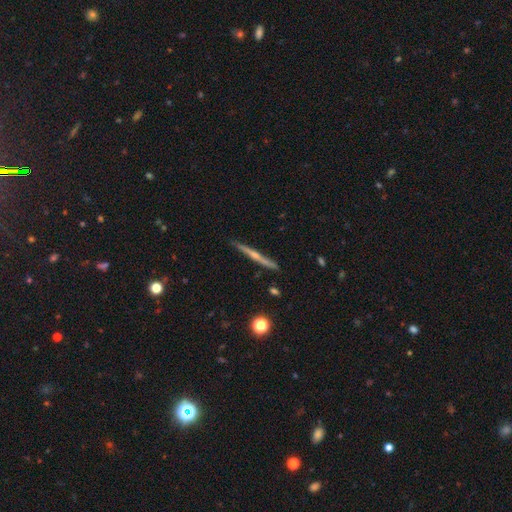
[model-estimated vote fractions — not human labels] This is likely a featured or disk galaxy (71%). It is clearly viewed edge-on (98%). Edge-on bulge: likely rounded (64%). Merging: clearly none (89%).